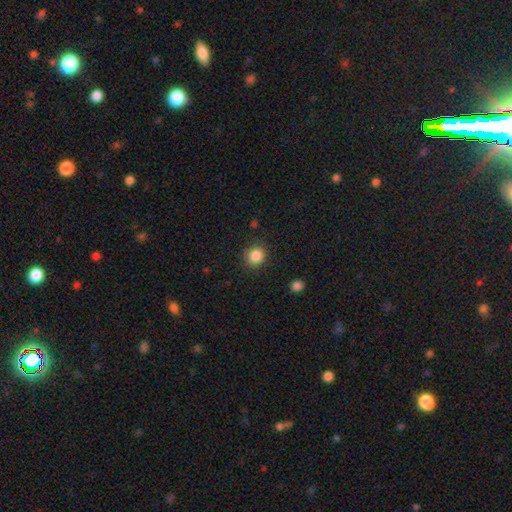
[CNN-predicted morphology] Overall: smooth (86%). How rounded: round (76%). Merging: none (85%).